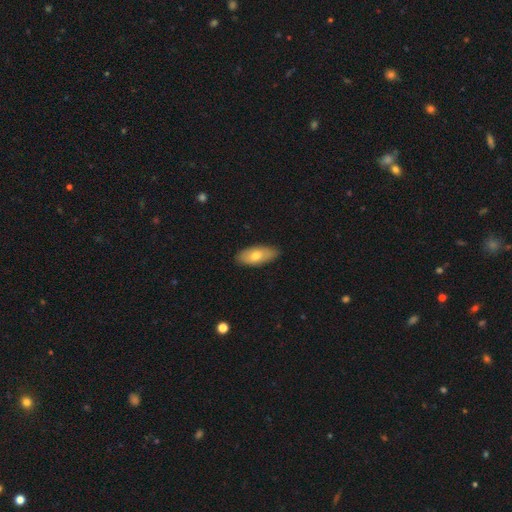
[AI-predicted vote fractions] Q: Smooth or featured?
A: smooth (69%); runner-up: featured or disk (25%)
Q: How rounded?
A: in between (87%); runner-up: cigar-shaped (10%)
Q: Merging?
A: none (85%); runner-up: minor disturbance (12%)